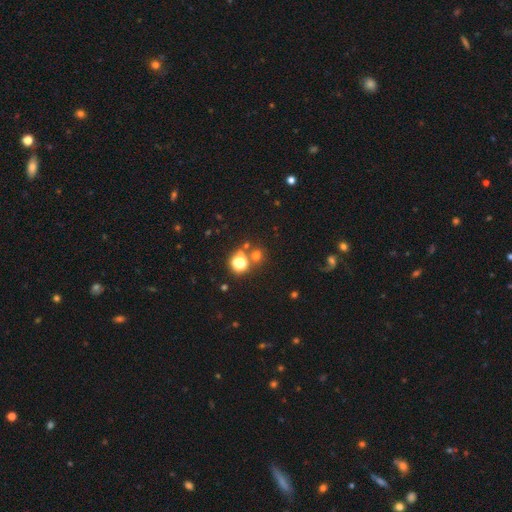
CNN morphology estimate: Smooth or featured? Predicted: smooth (p=0.57). How rounded? Predicted: round (p=0.84). Merging? Predicted: none (p=0.70).